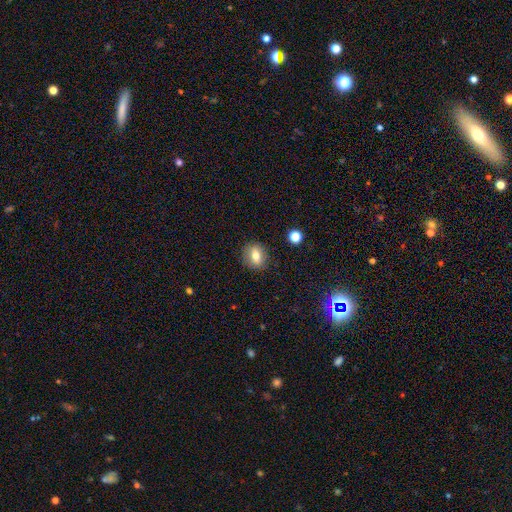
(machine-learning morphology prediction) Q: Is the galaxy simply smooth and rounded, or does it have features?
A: smooth — 74%.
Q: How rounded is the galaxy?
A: in between — 54%.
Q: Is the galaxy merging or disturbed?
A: none — 85%.